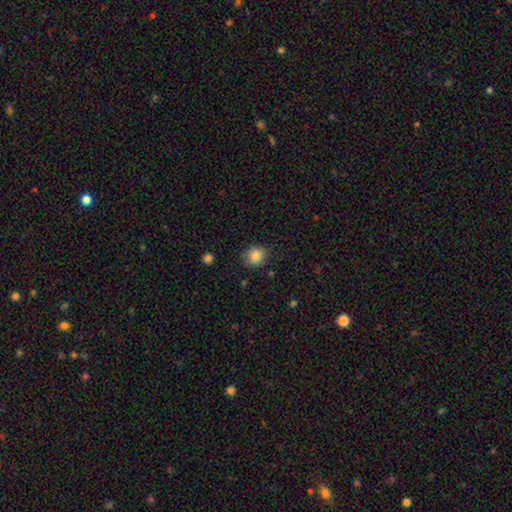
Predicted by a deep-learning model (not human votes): A smooth galaxy with no disk features (84%) that is round (80%). Merging: none (86%).